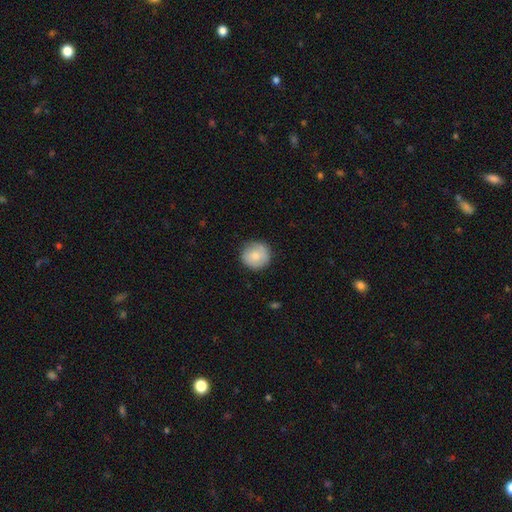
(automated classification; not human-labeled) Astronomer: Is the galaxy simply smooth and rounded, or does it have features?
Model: smooth — 78%.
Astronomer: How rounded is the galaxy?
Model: round — 94%.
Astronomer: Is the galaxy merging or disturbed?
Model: none — 83%.